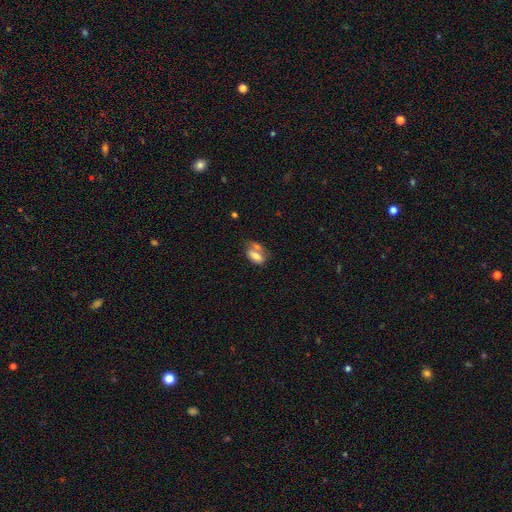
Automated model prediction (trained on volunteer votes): Smooth or featured?
  - smooth: 67% *
  - featured or disk: 24%
  - star or artifact: 9%
How rounded?
  - in between: 83% *
  - cigar-shaped: 10%
  - round: 7%
Merging?
  - none: 38% *
  - merger: 35%
  - minor disturbance: 17%
  - major disturbance: 9%